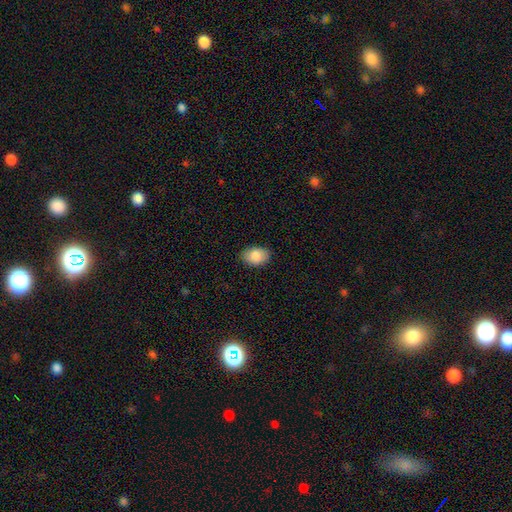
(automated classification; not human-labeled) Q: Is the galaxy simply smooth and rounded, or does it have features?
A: smooth — 86%.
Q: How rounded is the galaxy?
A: in between — 84%.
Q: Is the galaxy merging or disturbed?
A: none — 86%.